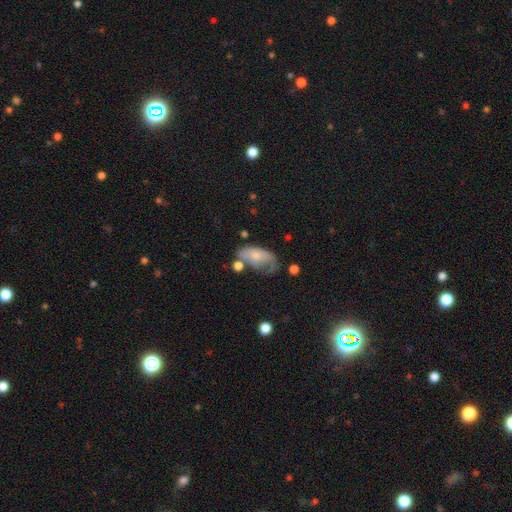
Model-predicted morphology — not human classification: smooth 59%, featured or disk 33%, star or artifact 8%. Down the decision tree: how rounded — in between (91%); merging — major disturbance (32%).